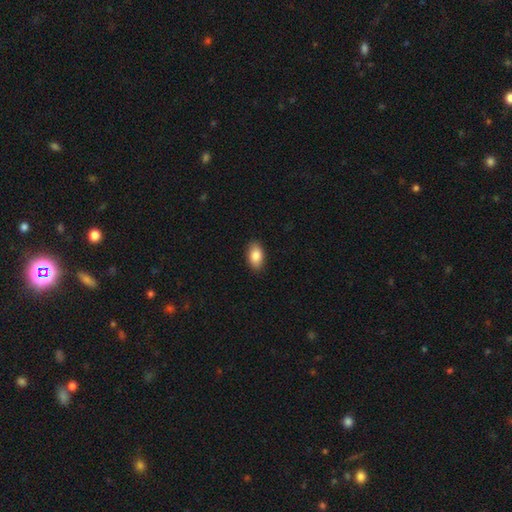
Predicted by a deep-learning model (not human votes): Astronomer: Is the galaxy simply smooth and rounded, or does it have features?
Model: smooth — 86%.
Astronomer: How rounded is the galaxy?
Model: in between — 92%.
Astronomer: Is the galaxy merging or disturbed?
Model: none — 89%.